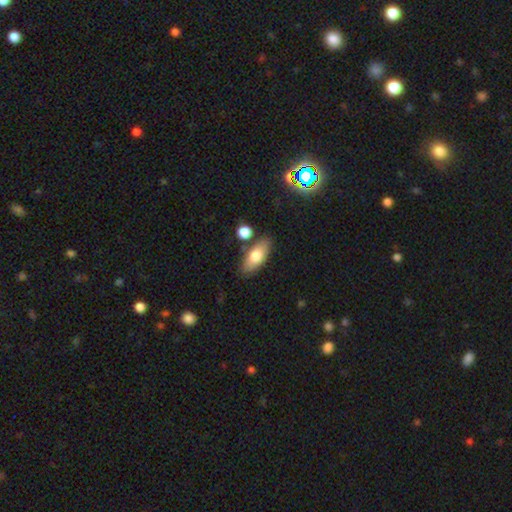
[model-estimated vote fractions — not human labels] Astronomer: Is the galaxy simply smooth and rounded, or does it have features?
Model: smooth — 73%.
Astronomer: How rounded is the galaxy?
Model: in between — 84%.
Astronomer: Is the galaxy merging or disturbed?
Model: none — 76%.